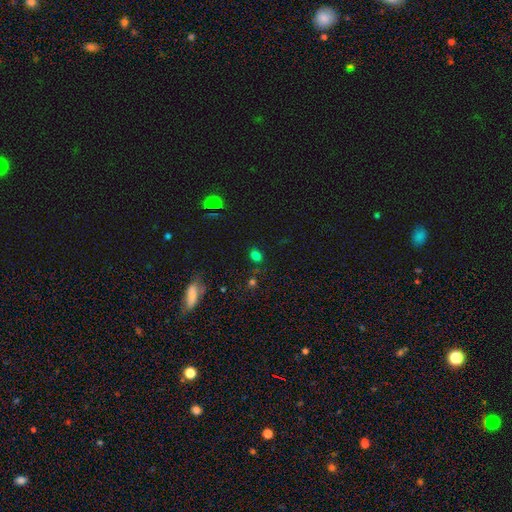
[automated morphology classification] type=smooth (68%); roundness=in between (55%); merging=none (77%).